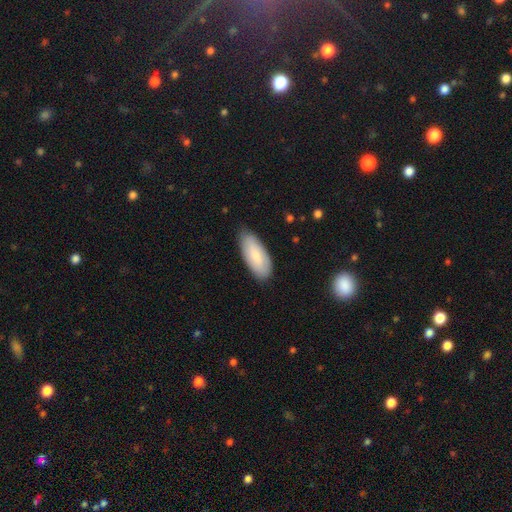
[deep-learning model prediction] This appears to be a smooth galaxy with no disk features (79%) that is in between round and cigar-shaped (85%). Merging: none (78%).